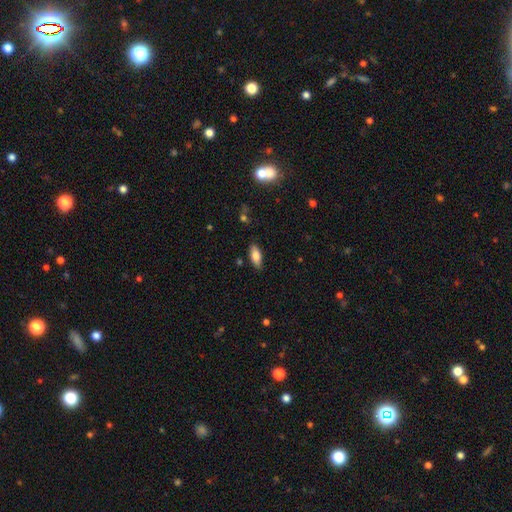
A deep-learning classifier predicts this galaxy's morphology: smooth 79%, featured or disk 14%, star or artifact 8%. Down the decision tree: how rounded — in between (82%); merging — none (83%).